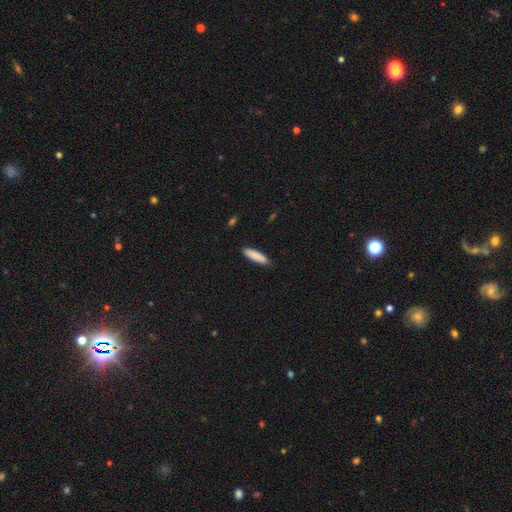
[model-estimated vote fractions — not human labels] Smooth or featured? smooth (88%)
How rounded? cigar-shaped (73%)
Merging? none (87%)